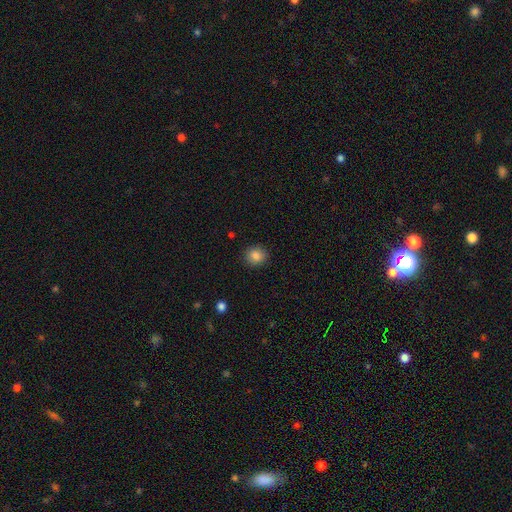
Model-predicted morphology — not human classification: type=smooth (84%); roundness=round (83%); merging=none (90%).